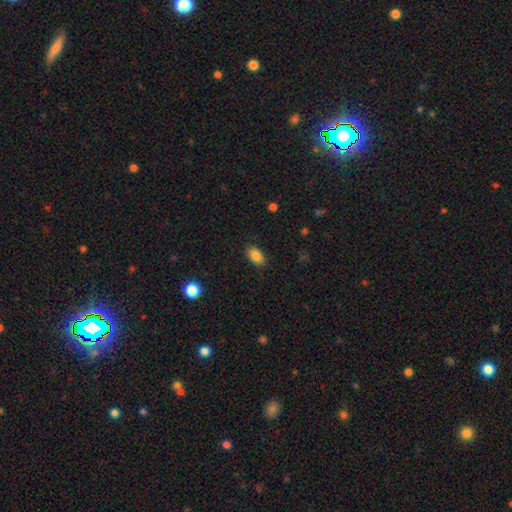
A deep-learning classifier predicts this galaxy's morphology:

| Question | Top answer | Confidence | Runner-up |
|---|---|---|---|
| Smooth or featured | smooth | 87% | star or artifact (9%) |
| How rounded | in between | 89% | round (9%) |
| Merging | none | 86% | minor disturbance (11%) |